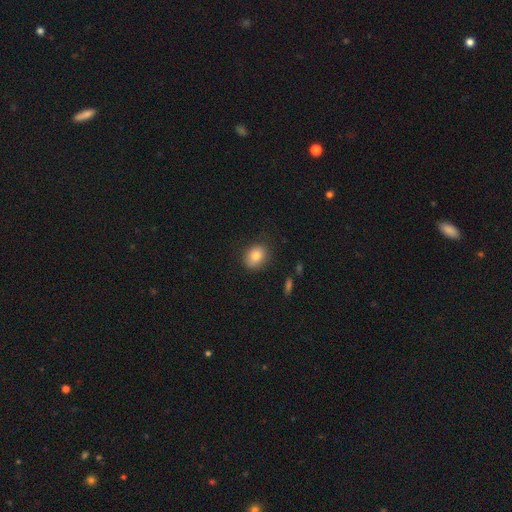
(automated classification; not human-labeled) Smooth or featured? smooth (81%)
How rounded? in between (52%)
Merging? none (82%)